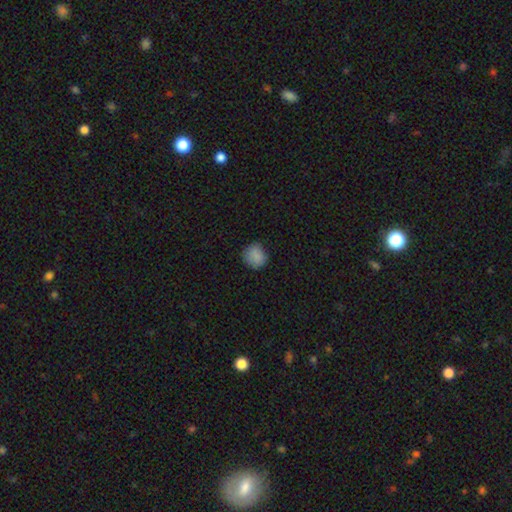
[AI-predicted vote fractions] A smooth galaxy with no disk features (85%) that is round (82%).

Vote fractions:
- Smooth or featured? smooth: 85% / star or artifact: 9% / featured or disk: 6%
- How rounded? round: 82% / in between: 17% / cigar-shaped: 1%
- Merging? none: 77% / minor disturbance: 18% / major disturbance: 4% / merger: 1%